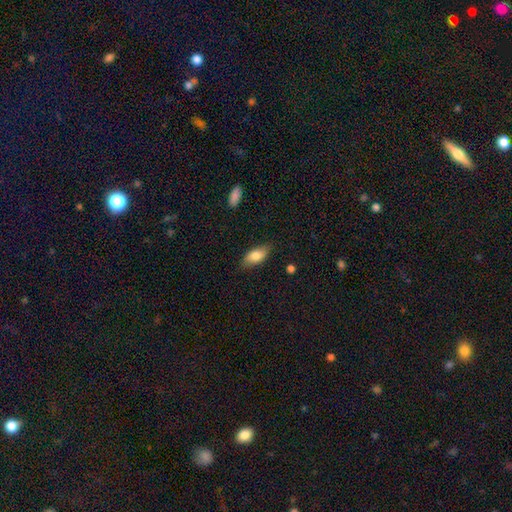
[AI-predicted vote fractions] Morphology: type=smooth (80%); roundness=in between (86%); merging=none (80%).